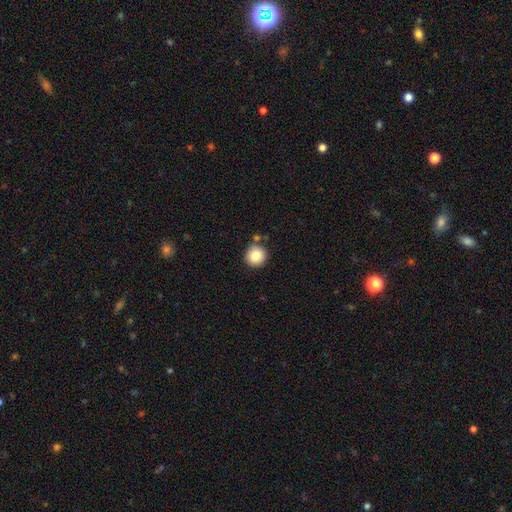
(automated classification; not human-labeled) The model was most divided on "merging": none: 79%, minor disturbance: 10%, merger: 8%, major disturbance: 3%. More confident: how rounded — round (94%); smooth or featured — smooth (82%).